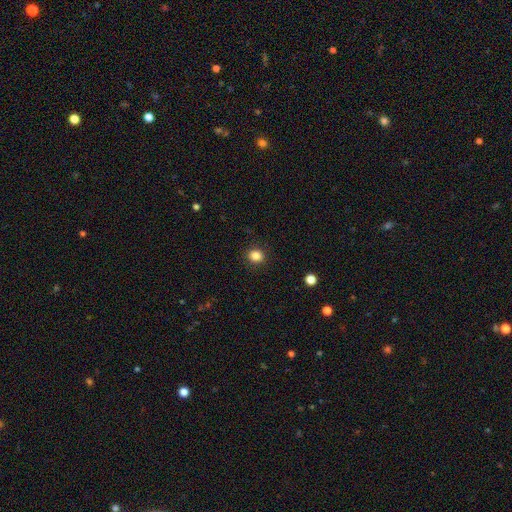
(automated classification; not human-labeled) Q: Smooth or featured?
A: smooth (85%); runner-up: star or artifact (11%)
Q: How rounded?
A: round (78%); runner-up: in between (21%)
Q: Merging?
A: none (91%); runner-up: minor disturbance (6%)